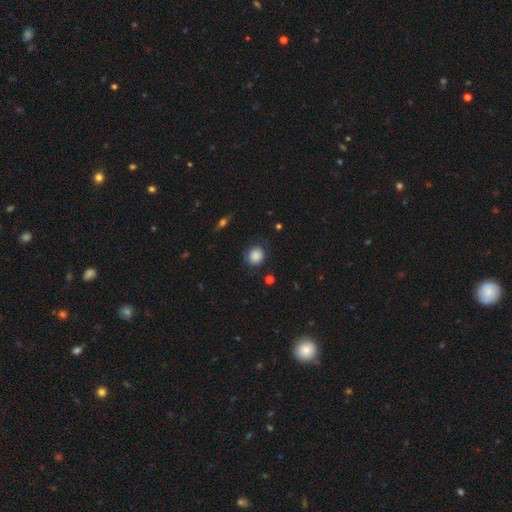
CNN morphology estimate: Smooth or featured? Predicted: smooth (p=0.87). How rounded? Predicted: round (p=0.83). Merging? Predicted: none (p=0.80).